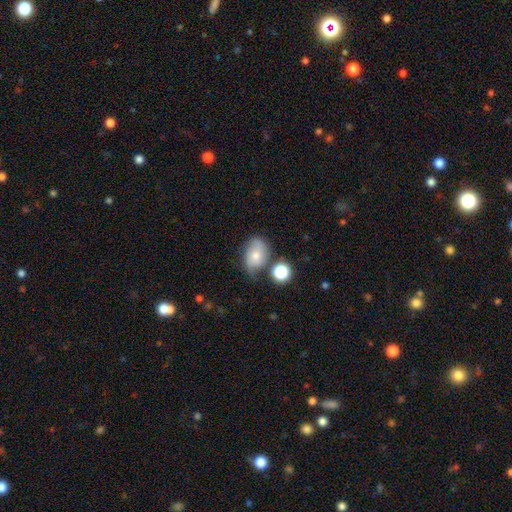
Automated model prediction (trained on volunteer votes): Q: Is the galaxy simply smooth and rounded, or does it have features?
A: smooth — 53%.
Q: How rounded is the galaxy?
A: in between — 70%.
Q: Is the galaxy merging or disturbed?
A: none — 49%.